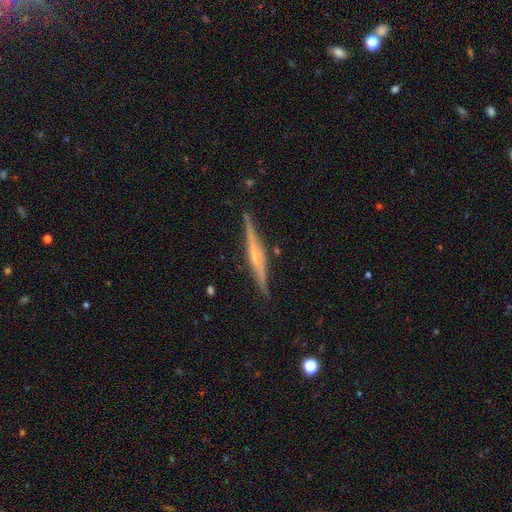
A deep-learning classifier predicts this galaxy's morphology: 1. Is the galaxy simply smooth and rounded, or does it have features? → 76% featured or disk, 18% smooth, 6% star or artifact.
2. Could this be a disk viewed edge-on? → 98% yes, 2% no.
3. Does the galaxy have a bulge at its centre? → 61% rounded, 24% none, 15% boxy.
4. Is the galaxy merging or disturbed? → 88% none, 9% minor disturbance, 2% major disturbance, 1% merger.